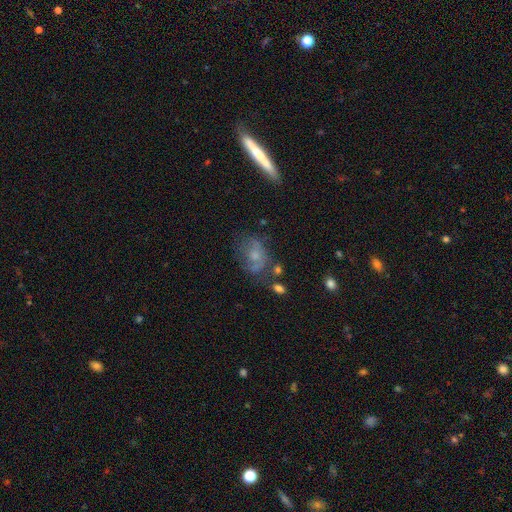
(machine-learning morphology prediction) A featured or disk galaxy (49%). Merging: none (51%).